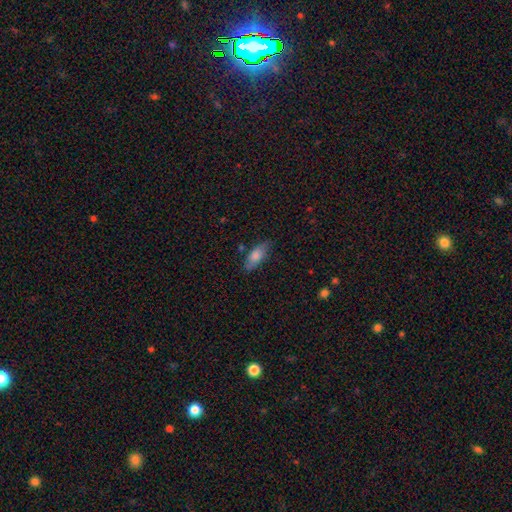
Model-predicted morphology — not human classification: This appears to be a smooth galaxy with no disk features (74%) that is in between round and cigar-shaped (74%). Merging: none (75%).